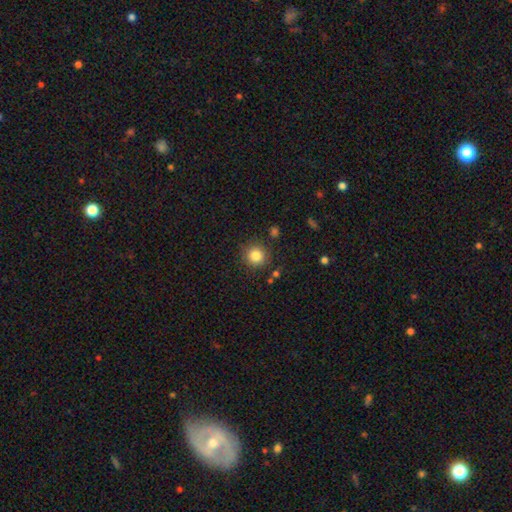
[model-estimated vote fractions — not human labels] A smooth galaxy with no disk features (83%) that is round (93%).

Vote fractions:
- Smooth or featured? smooth: 83% / star or artifact: 11% / featured or disk: 6%
- How rounded? round: 93% / in between: 6% / cigar-shaped: 1%
- Merging? none: 87% / minor disturbance: 8% / major disturbance: 3% / merger: 2%